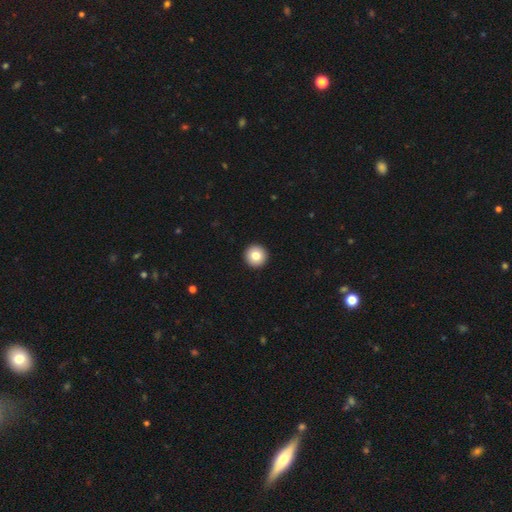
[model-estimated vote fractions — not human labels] smooth 80%, featured or disk 11%, star or artifact 9%. Down the decision tree: how rounded — round (96%); merging — none (94%).